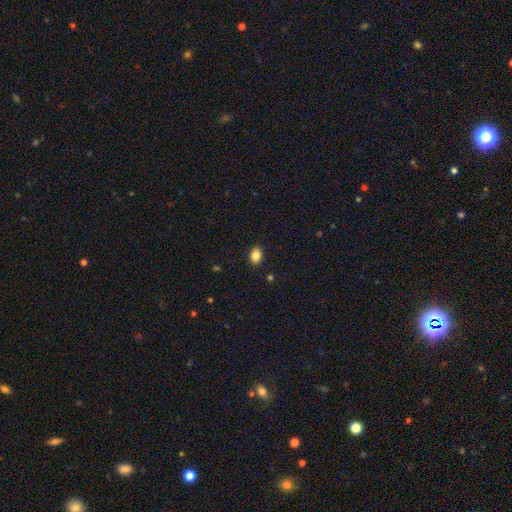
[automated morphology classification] The model was most divided on "how rounded": in between: 77%, round: 22%, cigar-shaped: 1%. More confident: merging — none (89%); smooth or featured — smooth (85%).